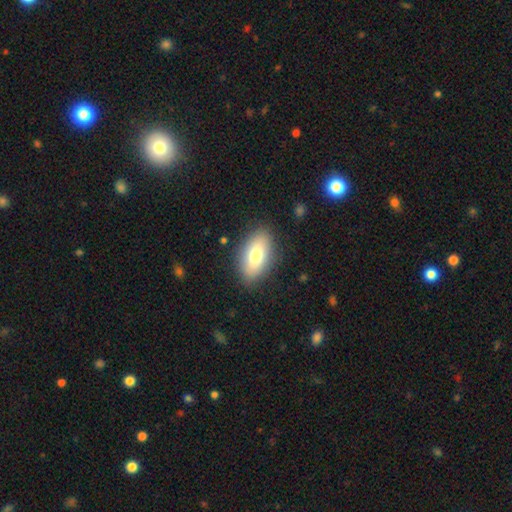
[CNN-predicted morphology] Q: Smooth or featured?
A: smooth (76%); runner-up: featured or disk (17%)
Q: How rounded?
A: in between (90%); runner-up: cigar-shaped (6%)
Q: Merging?
A: none (85%); runner-up: minor disturbance (11%)